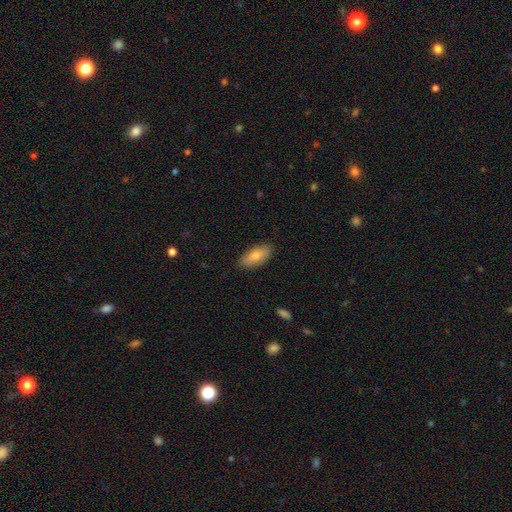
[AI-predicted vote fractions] The model was most divided on "smooth or featured": smooth: 82%, featured or disk: 12%, star or artifact: 6%. More confident: how rounded — in between (87%); merging — none (85%).